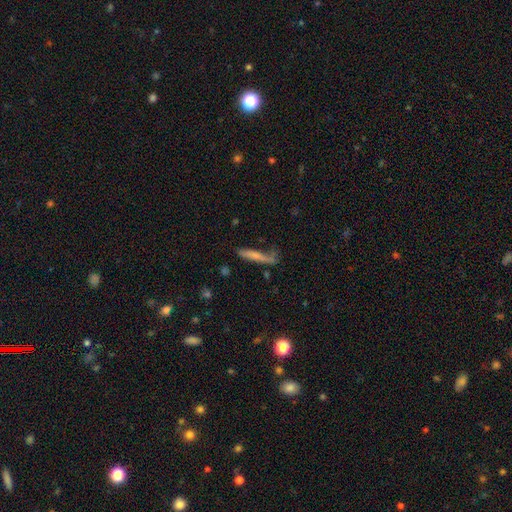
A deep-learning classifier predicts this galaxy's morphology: The model was most divided on "smooth or featured": smooth: 60%, featured or disk: 33%, star or artifact: 8%. More confident: how rounded — cigar-shaped (92%); merging — none (58%).